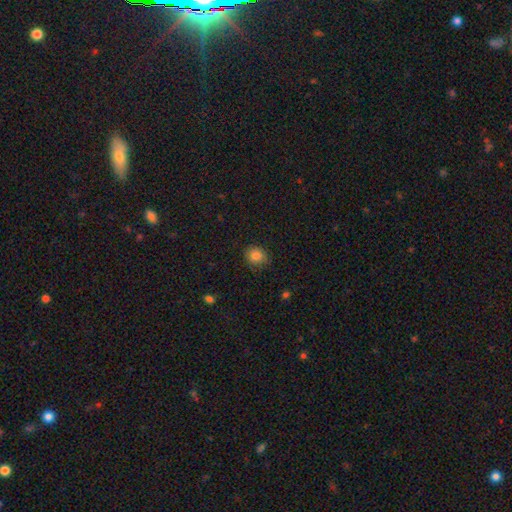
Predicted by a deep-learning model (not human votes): A smooth galaxy with no disk features (84%) that is round (77%).

Vote fractions:
- Smooth or featured? smooth: 84% / star or artifact: 10% / featured or disk: 6%
- How rounded? round: 77% / in between: 22% / cigar-shaped: 1%
- Merging? none: 81% / minor disturbance: 15% / major disturbance: 3% / merger: 1%